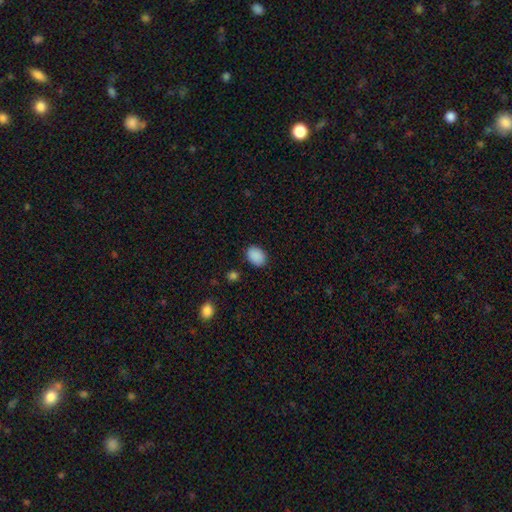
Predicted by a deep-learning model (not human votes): Smooth or featured? Predicted: smooth (p=0.89). How rounded? Predicted: in between (p=0.76). Merging? Predicted: none (p=0.85).